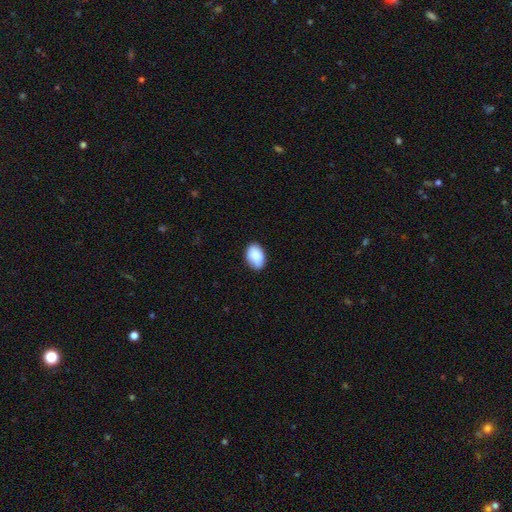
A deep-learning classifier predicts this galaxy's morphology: A smooth galaxy with no disk features (87%) that is in between round and cigar-shaped (88%). Merging: none (82%).